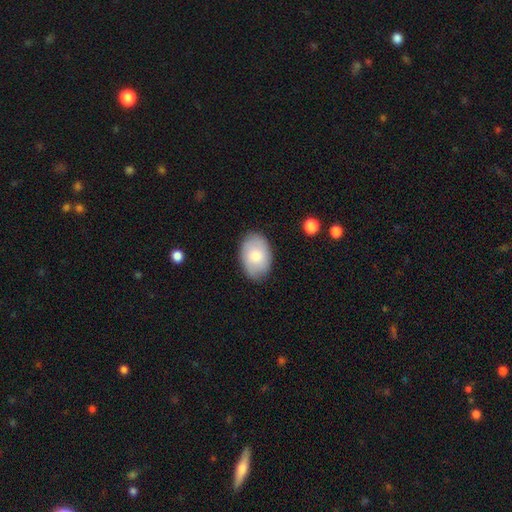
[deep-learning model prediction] A smooth galaxy with no disk features (73%) that is in between round and cigar-shaped (86%). Merging: none (83%).